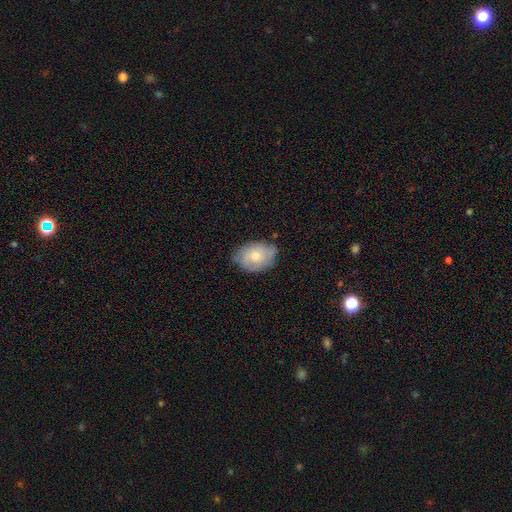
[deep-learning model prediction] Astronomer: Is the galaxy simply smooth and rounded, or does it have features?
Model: smooth — 59% (runner-up: featured or disk, 34%).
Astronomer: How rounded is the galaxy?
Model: in between — 80%.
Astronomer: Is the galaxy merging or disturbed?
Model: none — 65%.